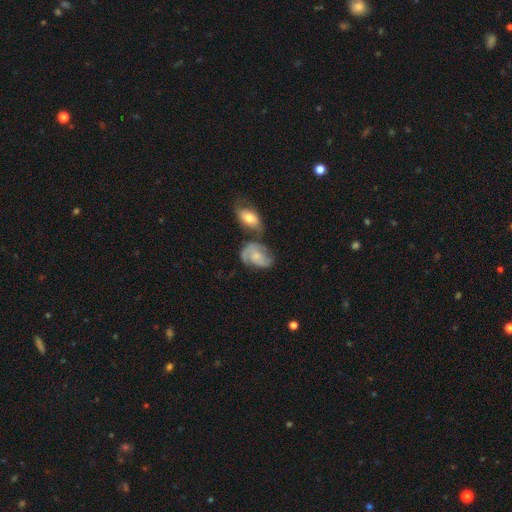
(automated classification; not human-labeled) Smooth or featured: featured or disk — 71% (smooth — 22%)
Edge-on disk: no — 97% (yes — 3%)
Bar: no — 68% (weak — 28%)
Spiral arms: yes — 92% (no — 8%)
Spiral winding: medium — 48% (tight — 34%)
Spiral arm count: 2 — 69% (can't tell — 12%)
Bulge size: small — 57% (moderate — 27%)
Merging: none — 44% (merger — 23%)